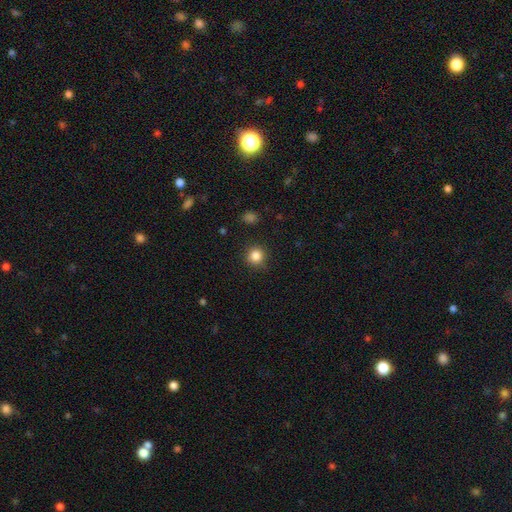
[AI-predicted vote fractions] This appears to be a smooth galaxy with no disk features (84%) that is round (92%). Merging: none (88%).